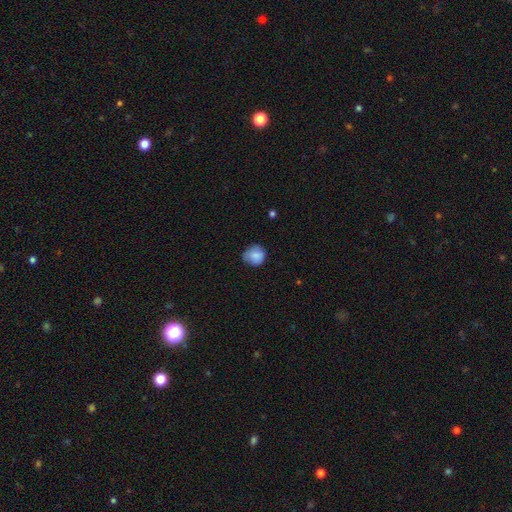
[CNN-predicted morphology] Smooth or featured? smooth (83%)
How rounded? round (83%)
Merging? none (61%)